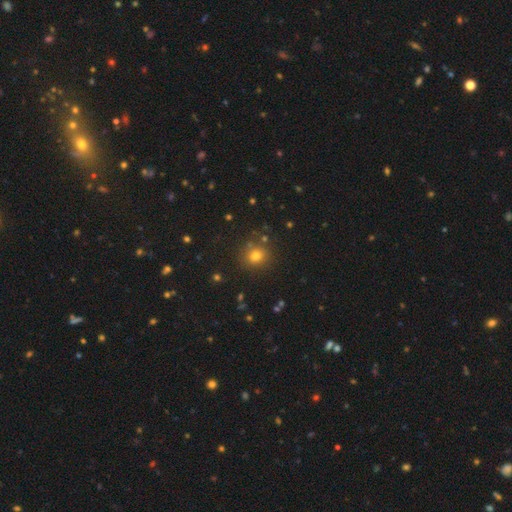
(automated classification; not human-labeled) This is likely a smooth galaxy (73%). How rounded: clearly round (82%). Merging: clearly none (82%).